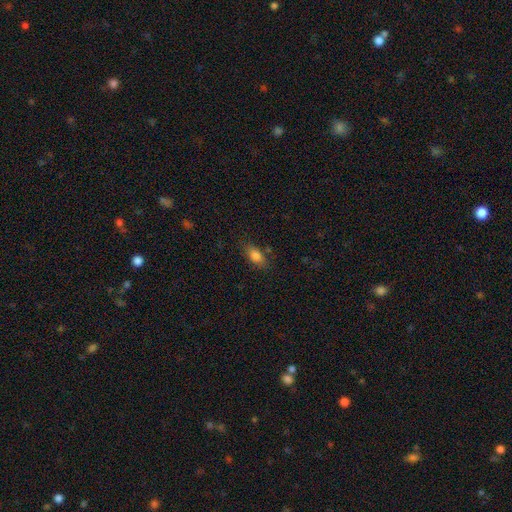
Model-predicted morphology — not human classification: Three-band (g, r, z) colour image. It shows a smooth galaxy with no disk features (82%) that is in between round and cigar-shaped (86%). Merging: none (78%).